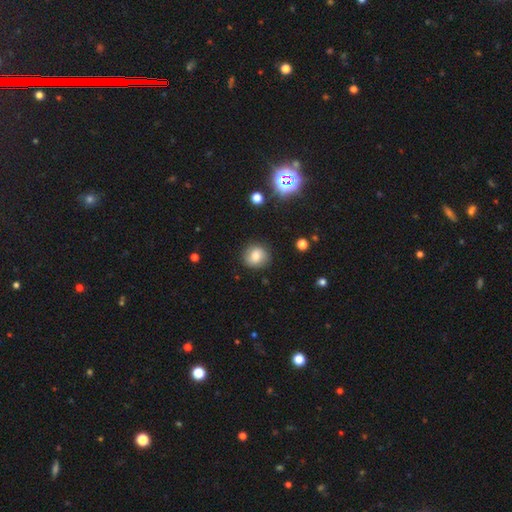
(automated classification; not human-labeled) Smooth or featured?
  - smooth: 73% *
  - featured or disk: 16%
  - star or artifact: 11%
How rounded?
  - round: 85% *
  - in between: 14%
  - cigar-shaped: 1%
Merging?
  - none: 84% *
  - minor disturbance: 11%
  - major disturbance: 3%
  - merger: 1%